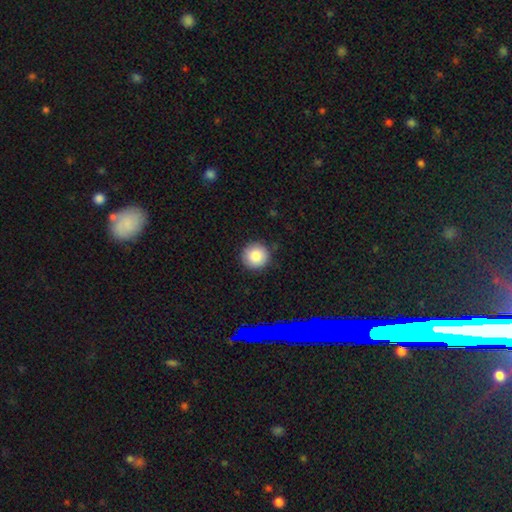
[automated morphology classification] The model was most divided on "smooth or featured": smooth: 85%, star or artifact: 10%, featured or disk: 6%. More confident: how rounded — round (95%); merging — none (88%).